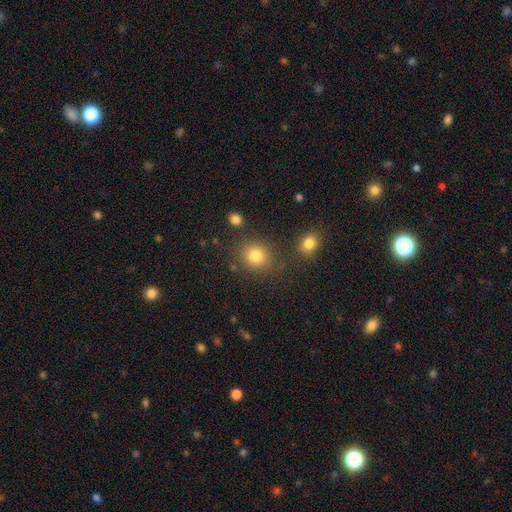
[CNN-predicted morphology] A smooth galaxy with no disk features (81%) that is round (77%).

Vote fractions:
- Smooth or featured? smooth: 81% / star or artifact: 12% / featured or disk: 6%
- How rounded? round: 77% / in between: 22% / cigar-shaped: 1%
- Merging? none: 79% / minor disturbance: 10% / merger: 7% / major disturbance: 4%